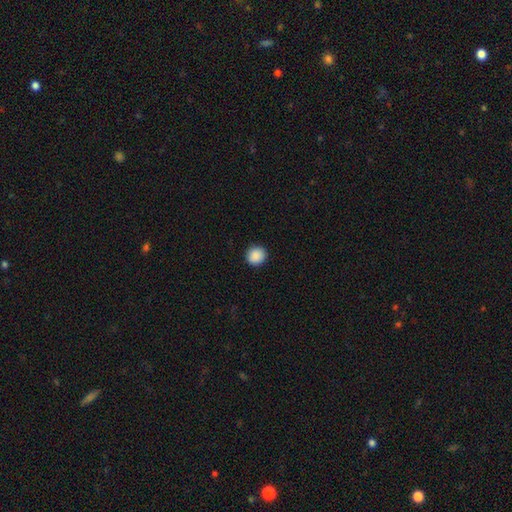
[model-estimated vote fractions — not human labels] Morphology: type=smooth (90%); roundness=round (92%); merging=none (92%).